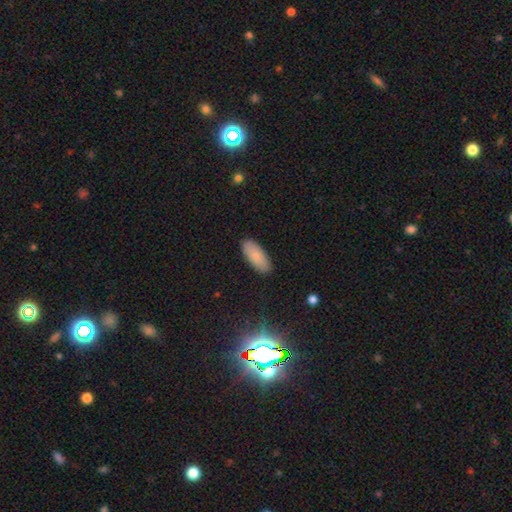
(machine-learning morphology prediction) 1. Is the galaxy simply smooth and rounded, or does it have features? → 83% smooth, 10% featured or disk, 7% star or artifact.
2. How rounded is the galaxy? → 83% in between, 15% cigar-shaped, 2% round.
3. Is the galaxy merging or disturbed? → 89% none, 8% minor disturbance, 2% major disturbance, 1% merger.